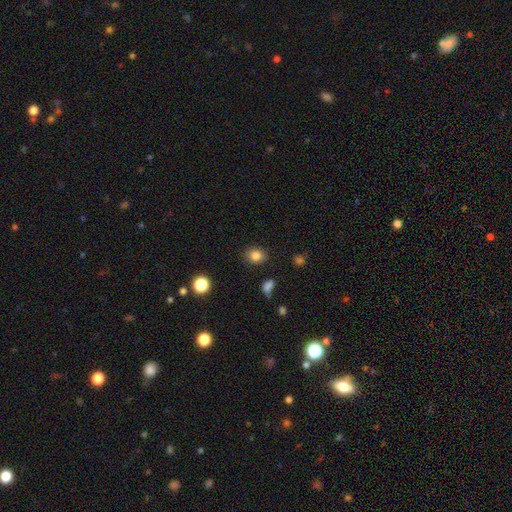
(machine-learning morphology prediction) smooth-or-featured: smooth: 83% | star or artifact: 11% | featured or disk: 6%
  how-rounded: round: 54% | in between: 45% | cigar-shaped: 1%
  merging: none: 85% | minor disturbance: 10% | major disturbance: 3% | merger: 2%